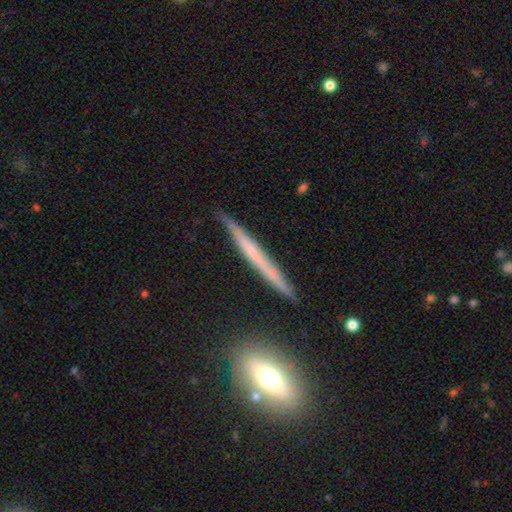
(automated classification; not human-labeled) featured or disk 55%, smooth 38%, star or artifact 7%. Down the decision tree: edge-on disk — yes (95%); edge-on bulge — none (79%); merging — none (84%).